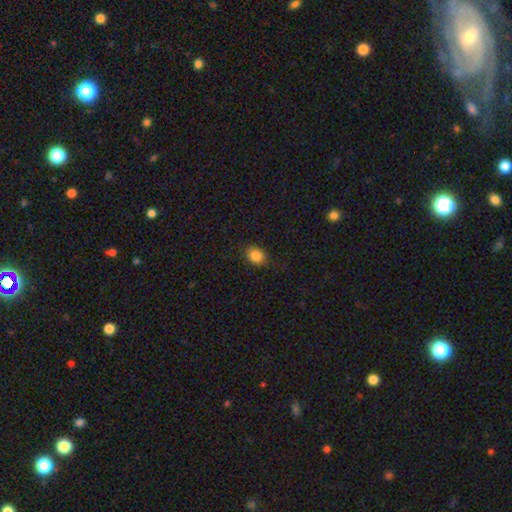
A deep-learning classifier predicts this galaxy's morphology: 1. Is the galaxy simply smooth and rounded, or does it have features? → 85% smooth, 10% star or artifact, 5% featured or disk.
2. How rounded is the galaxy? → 51% in between, 48% round, 1% cigar-shaped.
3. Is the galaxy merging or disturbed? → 83% none, 13% minor disturbance, 3% major disturbance, 1% merger.